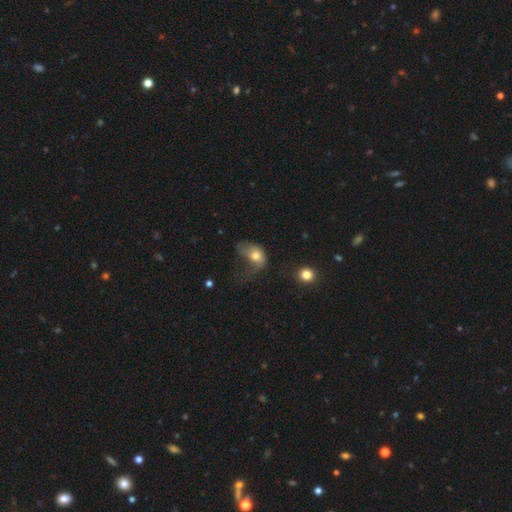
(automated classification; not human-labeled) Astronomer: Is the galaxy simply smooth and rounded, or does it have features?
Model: smooth — 68%.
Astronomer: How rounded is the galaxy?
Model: in between — 70%.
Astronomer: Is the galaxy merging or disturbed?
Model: major disturbance — 62%.